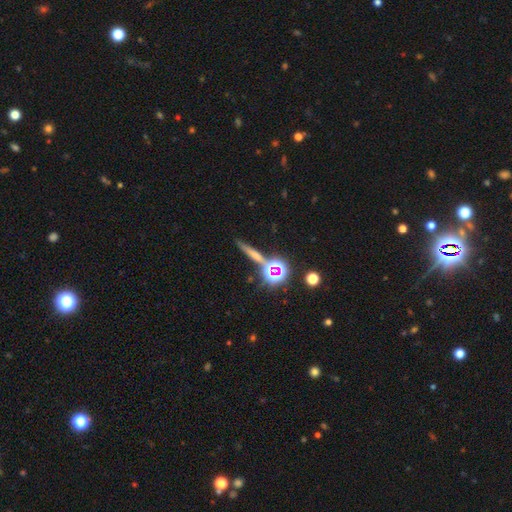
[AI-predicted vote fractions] Smooth or featured? smooth (44%)
Merging? none (76%)